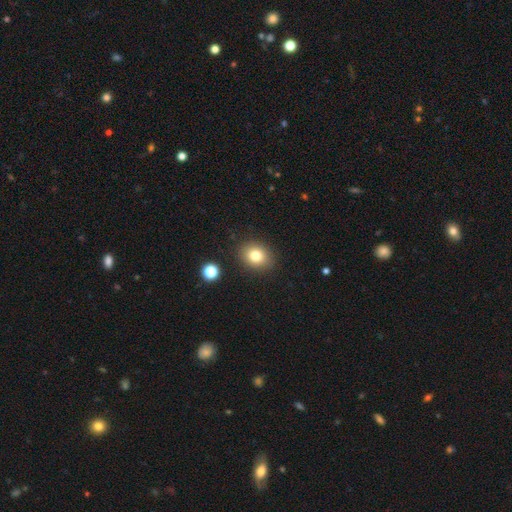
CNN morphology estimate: Smooth or featured: smooth — 79% (star or artifact — 12%)
How rounded: round — 58% (in between — 41%)
Merging: none — 87% (minor disturbance — 8%)